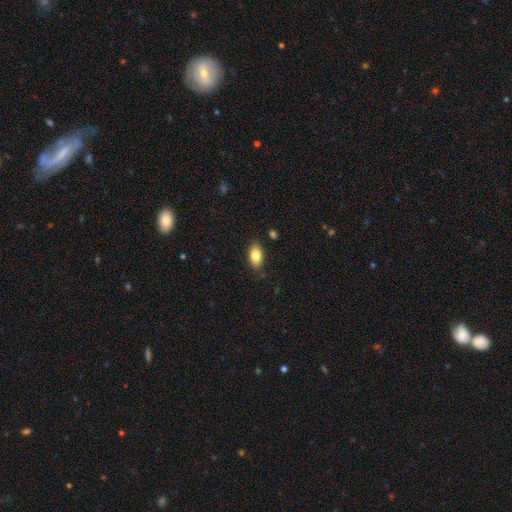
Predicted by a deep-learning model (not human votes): Smooth or featured?
  - smooth: 82% *
  - featured or disk: 11%
  - star or artifact: 8%
How rounded?
  - in between: 90% *
  - round: 7%
  - cigar-shaped: 3%
Merging?
  - none: 85% *
  - minor disturbance: 12%
  - major disturbance: 2%
  - merger: 2%